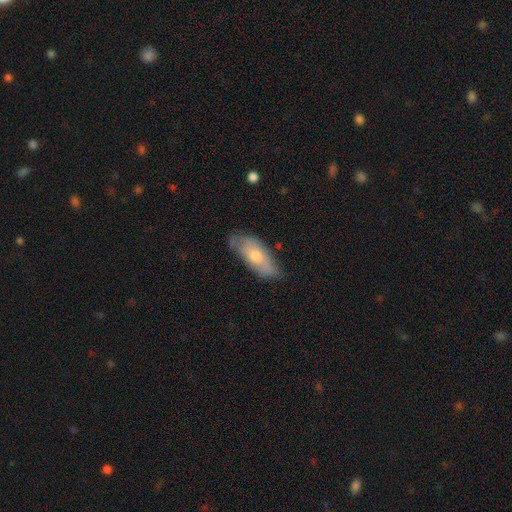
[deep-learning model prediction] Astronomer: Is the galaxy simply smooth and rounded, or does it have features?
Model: smooth — 52% (runner-up: featured or disk, 42%).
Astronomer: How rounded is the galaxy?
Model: in between — 79%.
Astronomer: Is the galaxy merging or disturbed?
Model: none — 63%.